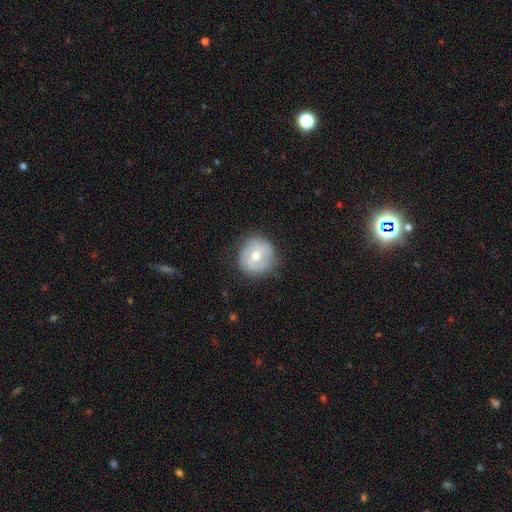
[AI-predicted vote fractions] The model was most divided on "bar": no: 46%, weak: 39%, strong: 15%. More confident: edge-on disk — no (97%); merging — none (82%); bulge size — moderate (76%); spiral arms — yes (59%); smooth or featured — featured or disk (55%).